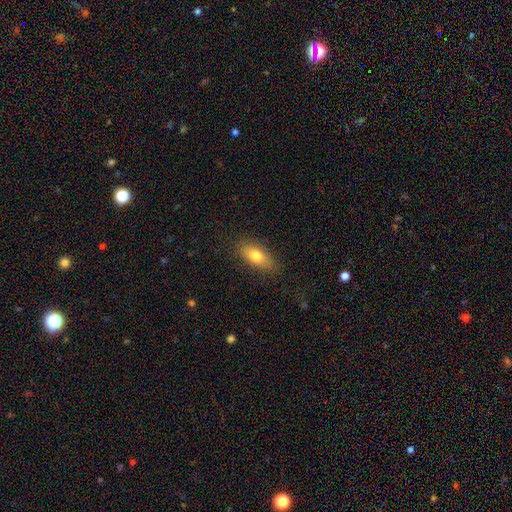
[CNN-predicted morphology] type=smooth (75%); roundness=in between (83%); merging=none (83%).